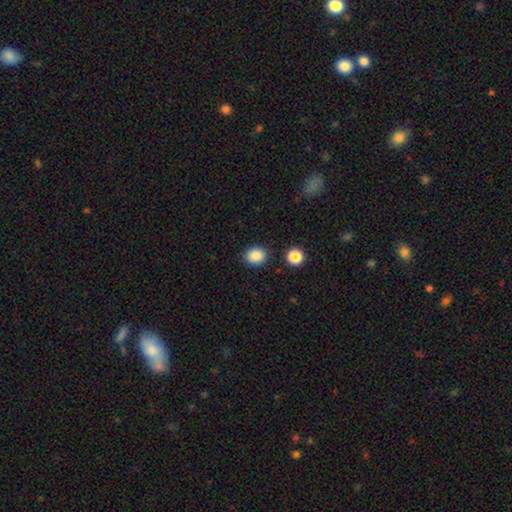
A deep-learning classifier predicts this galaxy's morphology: This is clearly a smooth galaxy (87%). How rounded: possibly round (56%). Merging: clearly none (86%).